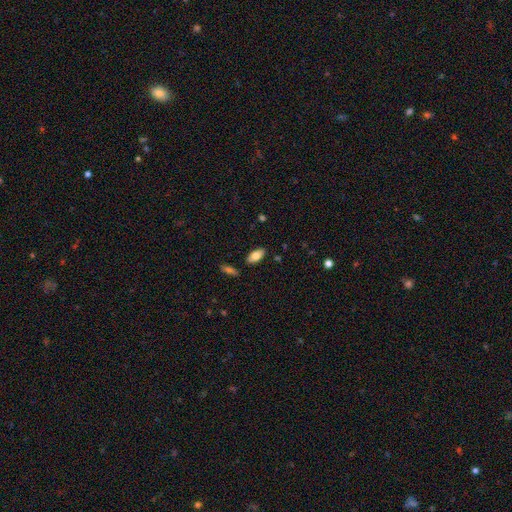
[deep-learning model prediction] Q: Smooth or featured?
A: smooth (78%); runner-up: featured or disk (16%)
Q: How rounded?
A: in between (91%); runner-up: cigar-shaped (6%)
Q: Merging?
A: none (86%); runner-up: minor disturbance (10%)